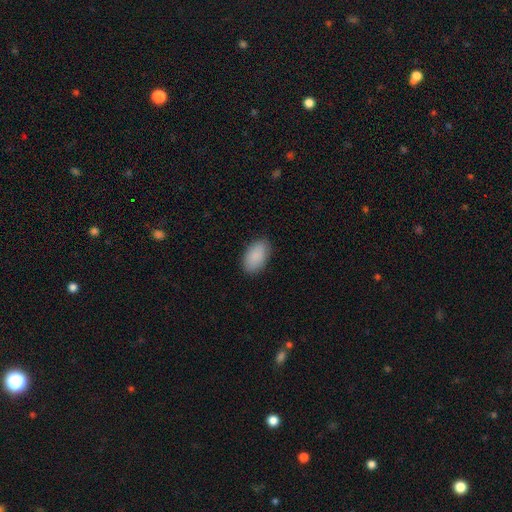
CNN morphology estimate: smooth_or_featured: smooth (p=0.90) [alt: star or artifact p=0.06]
how_rounded: in between (p=0.94) [alt: round p=0.04]
merging: none (p=0.87) [alt: minor disturbance p=0.09]